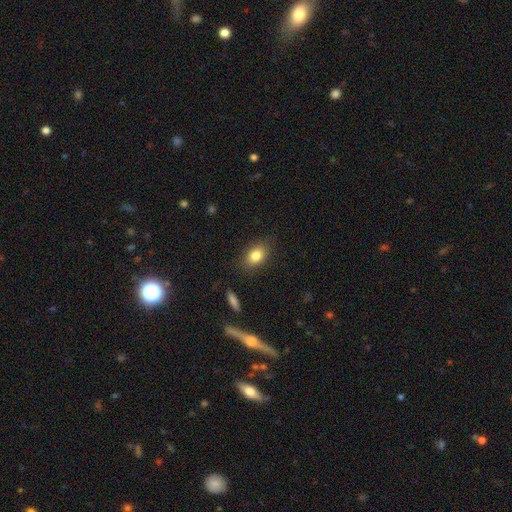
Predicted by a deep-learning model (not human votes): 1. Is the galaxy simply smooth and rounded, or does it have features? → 82% smooth, 9% featured or disk, 9% star or artifact.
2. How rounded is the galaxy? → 78% in between, 20% round, 2% cigar-shaped.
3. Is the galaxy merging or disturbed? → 84% none, 12% minor disturbance, 3% major disturbance, 1% merger.